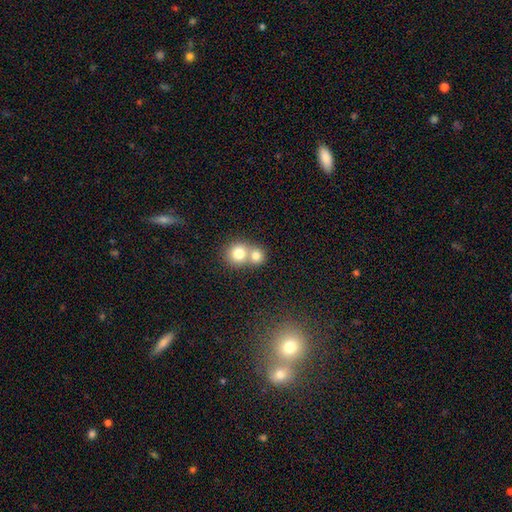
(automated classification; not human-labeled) Smooth or featured?
  - smooth: 78% *
  - featured or disk: 11%
  - star or artifact: 10%
How rounded?
  - round: 84% *
  - in between: 15%
  - cigar-shaped: 1%
Merging?
  - merger: 60% *
  - none: 34%
  - minor disturbance: 4%
  - major disturbance: 2%